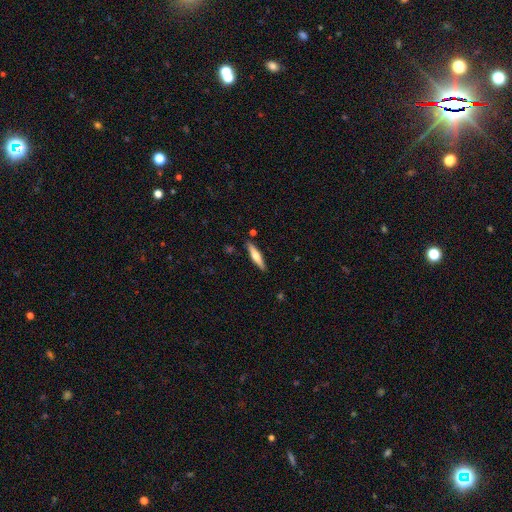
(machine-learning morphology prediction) This appears to be a smooth galaxy with no disk features (51%) that is cigar-shaped (83%). Merging: none (88%).